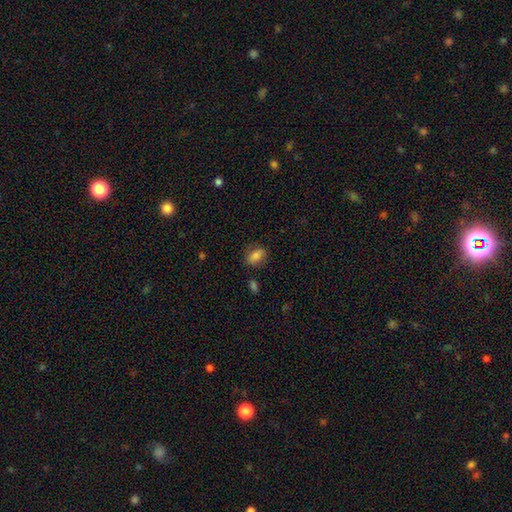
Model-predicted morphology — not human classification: Q: Smooth or featured?
A: smooth (82%); runner-up: star or artifact (9%)
Q: How rounded?
A: in between (82%); runner-up: round (14%)
Q: Merging?
A: none (78%); runner-up: minor disturbance (15%)